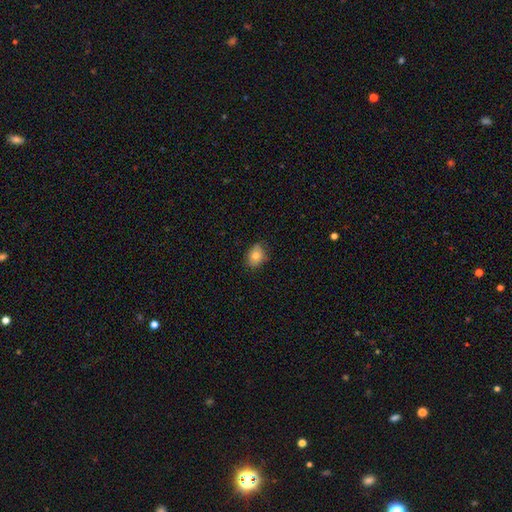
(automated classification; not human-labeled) Smooth or featured? Predicted: smooth (p=0.78). How rounded? Predicted: in between (p=0.62). Merging? Predicted: none (p=0.76).